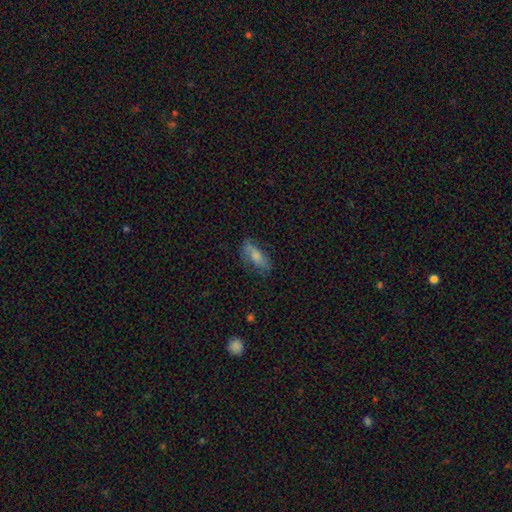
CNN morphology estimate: A smooth galaxy with no disk features (70%) that is in between round and cigar-shaped (72%). Merging: none (68%).